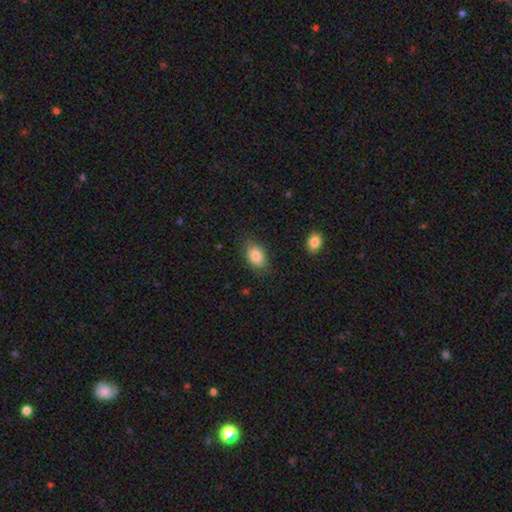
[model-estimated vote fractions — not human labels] smooth 85%, star or artifact 8%, featured or disk 8%. Down the decision tree: how rounded — in between (85%); merging — none (83%).